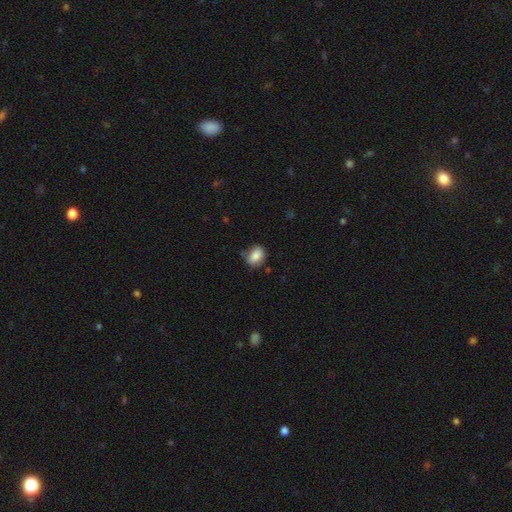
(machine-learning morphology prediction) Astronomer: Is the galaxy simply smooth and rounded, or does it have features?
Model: smooth — 84%.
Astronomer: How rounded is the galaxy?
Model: in between — 66%.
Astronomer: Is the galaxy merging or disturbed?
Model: none — 67%.